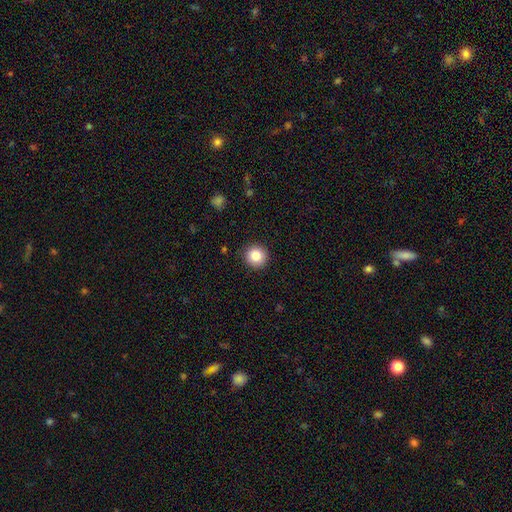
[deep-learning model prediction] The model was most divided on "smooth or featured": smooth: 86%, star or artifact: 9%, featured or disk: 5%. More confident: how rounded — round (93%); merging — none (91%).